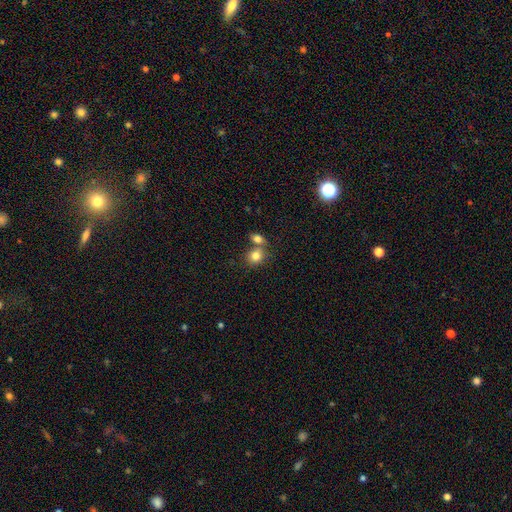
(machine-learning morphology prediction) type=smooth (81%); roundness=round (69%); merging=none (46%).